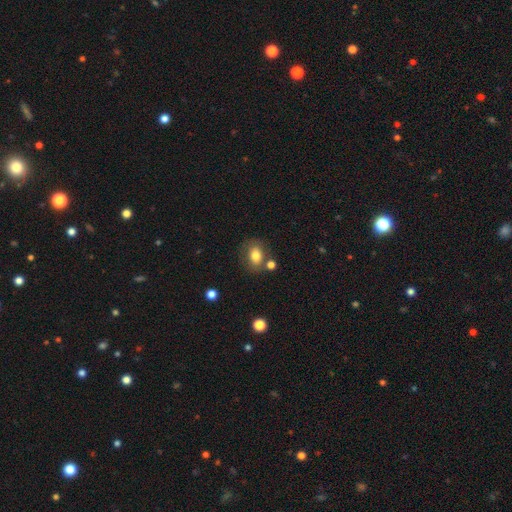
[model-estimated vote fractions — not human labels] Smooth or featured: smooth — 76% (featured or disk — 14%)
How rounded: in between — 54% (round — 45%)
Merging: none — 69% (minor disturbance — 14%)